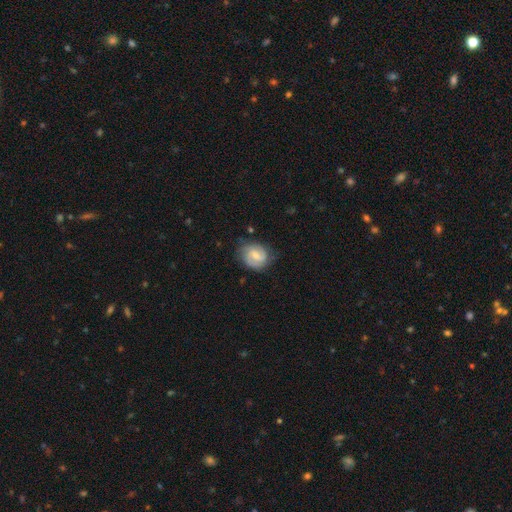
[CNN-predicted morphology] smooth-or-featured: featured or disk: 68% | smooth: 26% | star or artifact: 6%
  disk-edge-on: no: 98% | yes: 2%
    bar: weak: 57% | no: 29% | strong: 13%
    has-spiral-arms: yes: 93% | no: 7%
      spiral-winding: medium: 44% | tight: 40% | loose: 16%
      spiral-arm-count: 2: 80% | can't tell: 11% | 3: 4% | 1: 3% | 4: 1% | more than 4: 1%
    bulge-size: small: 47% | moderate: 41% | none: 8% | large: 3% | dominant: 1%
  merging: none: 74% | minor disturbance: 19% | major disturbance: 6% | merger: 1%